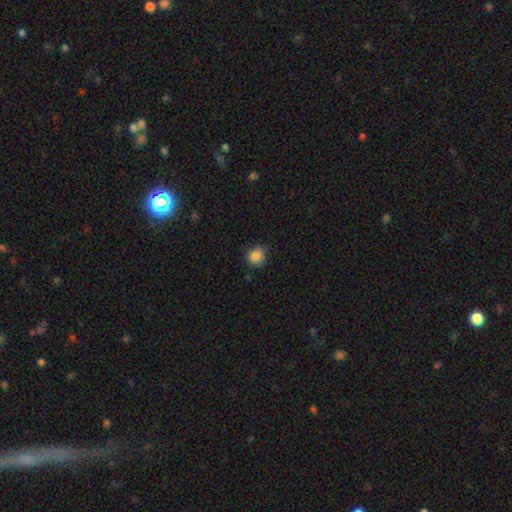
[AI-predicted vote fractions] Smooth or featured?
  - smooth: 85% *
  - star or artifact: 11%
  - featured or disk: 4%
How rounded?
  - round: 81% *
  - in between: 18%
  - cigar-shaped: 1%
Merging?
  - none: 84% *
  - minor disturbance: 12%
  - major disturbance: 2%
  - merger: 1%